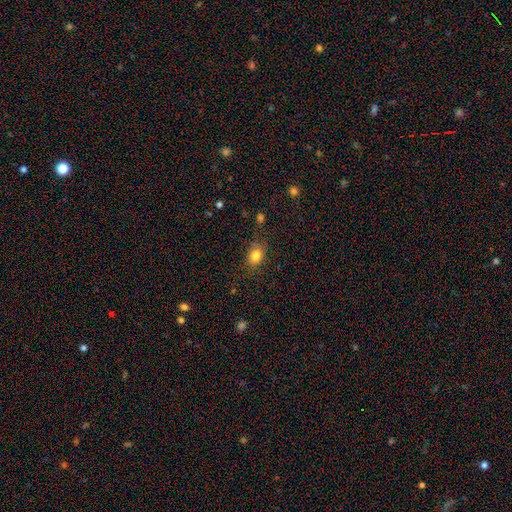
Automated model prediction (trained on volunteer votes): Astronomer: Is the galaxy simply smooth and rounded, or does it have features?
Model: smooth — 83%.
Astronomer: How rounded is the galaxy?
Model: in between — 66%.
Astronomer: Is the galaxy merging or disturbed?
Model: none — 74%.